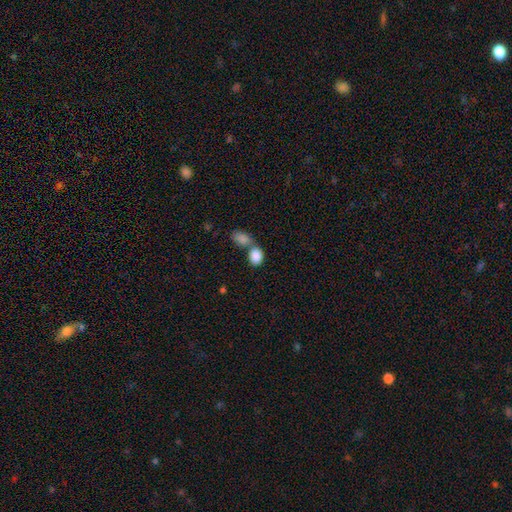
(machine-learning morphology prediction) Smooth or featured?
  - smooth: 87% *
  - star or artifact: 7%
  - featured or disk: 5%
How rounded?
  - in between: 69% *
  - round: 30%
  - cigar-shaped: 1%
Merging?
  - merger: 50% *
  - none: 38%
  - minor disturbance: 9%
  - major disturbance: 4%